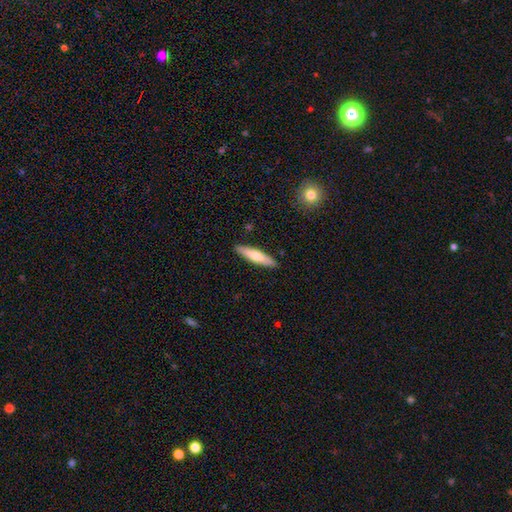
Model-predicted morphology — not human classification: This appears to be a smooth galaxy with no disk features (62%) that is cigar-shaped (78%). Merging: none (90%).